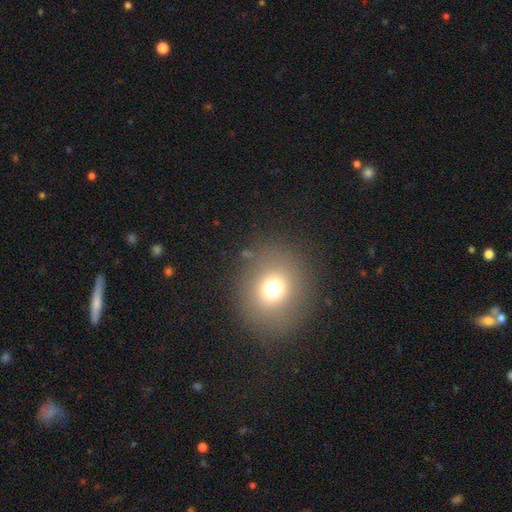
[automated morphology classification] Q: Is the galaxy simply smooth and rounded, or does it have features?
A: smooth — 71%.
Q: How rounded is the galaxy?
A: round — 77%.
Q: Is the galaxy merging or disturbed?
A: none — 87%.